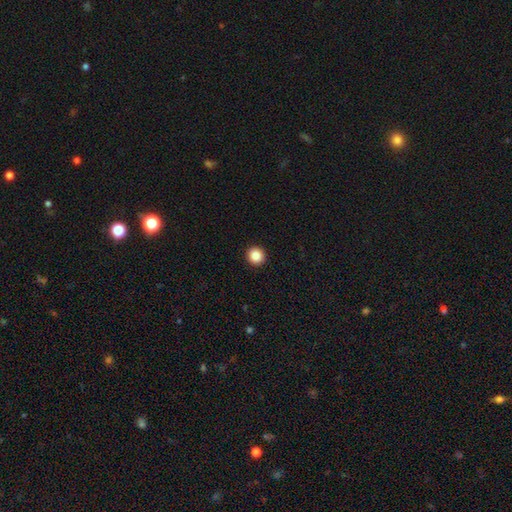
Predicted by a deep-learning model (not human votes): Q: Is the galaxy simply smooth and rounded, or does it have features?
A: smooth — 87%.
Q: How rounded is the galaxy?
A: round — 95%.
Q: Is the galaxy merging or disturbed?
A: none — 94%.